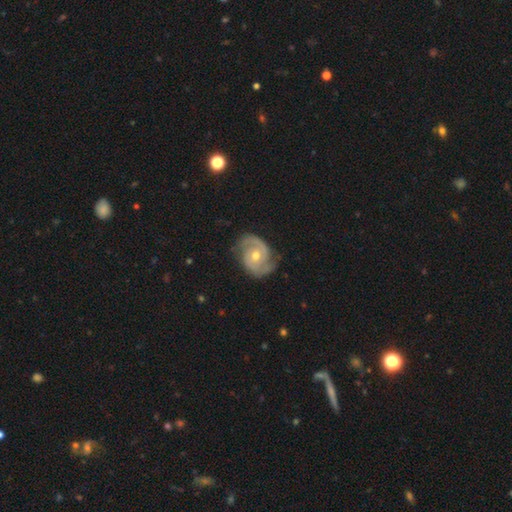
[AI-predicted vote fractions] This is clearly a featured or disk galaxy (89%). It is clearly not viewed edge-on (98%). Bar: likely no (67%). Spiral arm pattern: clearly yes (97%). Spiral arm count: clearly 2 (89%). Spiral winding: possibly medium (46%). Central bulge: likely moderate (65%). Merging: likely none (78%).